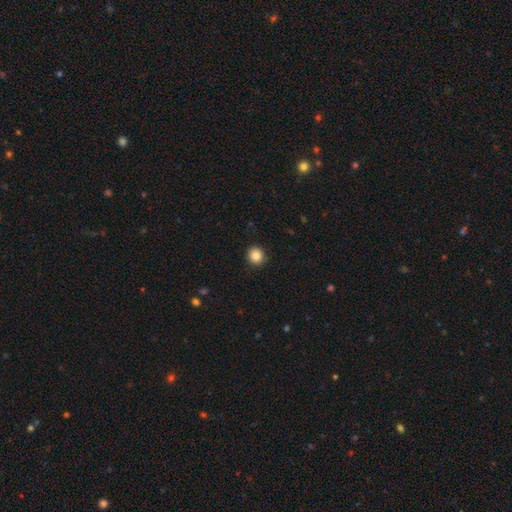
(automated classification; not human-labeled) Smooth or featured: smooth — 85% (star or artifact — 10%)
How rounded: round — 91% (in between — 8%)
Merging: none — 92% (minor disturbance — 5%)